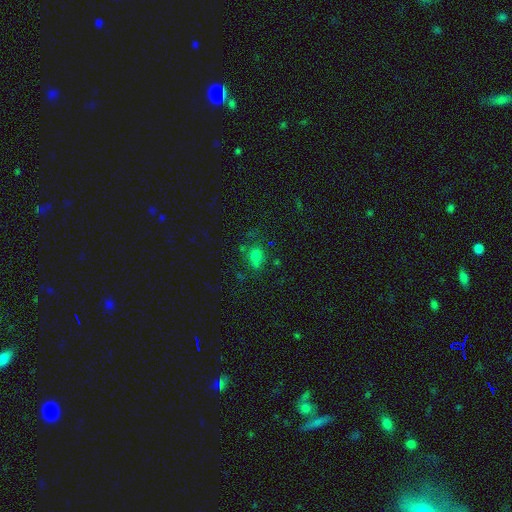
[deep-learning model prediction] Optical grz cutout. It shows a smooth galaxy with no disk features (61%) that is in between round and cigar-shaped (53%). Merging: none (56%).